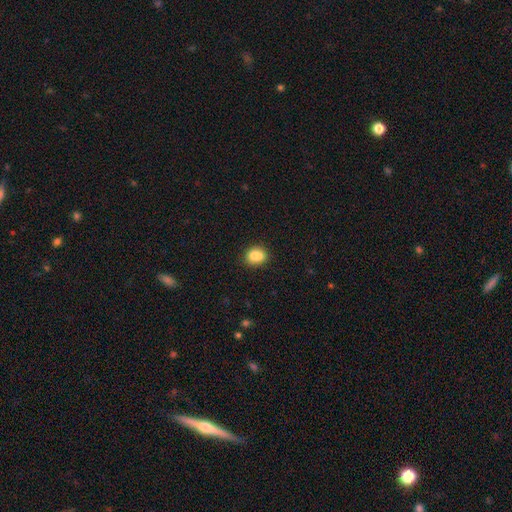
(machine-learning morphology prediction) A smooth galaxy with no disk features (77%) that is round (59%).

Vote fractions:
- Smooth or featured? smooth: 77% / featured or disk: 13% / star or artifact: 10%
- How rounded? round: 59% / in between: 40% / cigar-shaped: 1%
- Merging? none: 48% / merger: 35% / minor disturbance: 13% / major disturbance: 4%